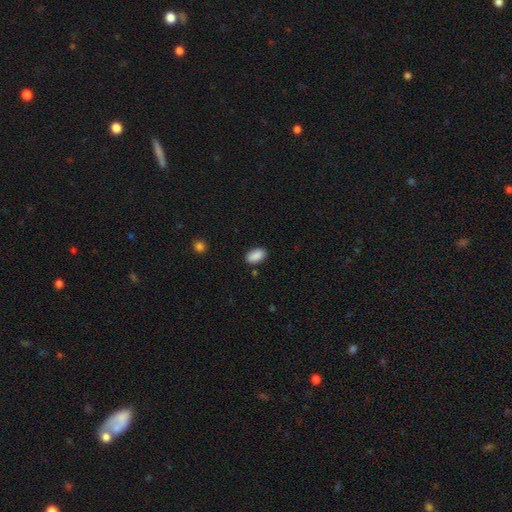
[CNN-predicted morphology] smooth_or_featured: smooth (p=0.89) [alt: star or artifact p=0.07]
how_rounded: in between (p=0.93) [alt: round p=0.05]
merging: none (p=0.85) [alt: minor disturbance p=0.11]